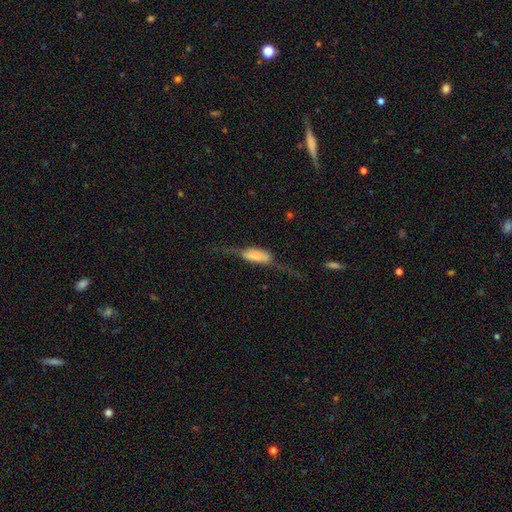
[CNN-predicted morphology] type=featured or disk (47%); merging=major disturbance (40%).